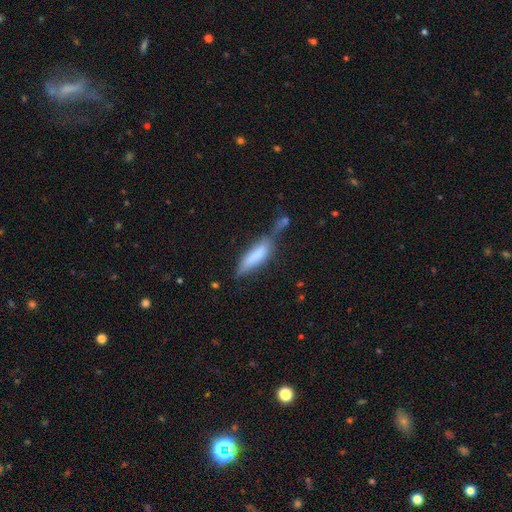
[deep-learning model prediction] smooth 70%, featured or disk 23%, star or artifact 7%. Down the decision tree: how rounded — cigar-shaped (59%); merging — none (36%).